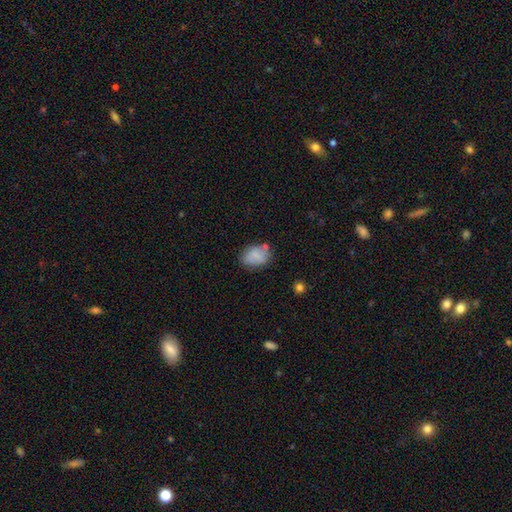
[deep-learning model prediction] A smooth galaxy with no disk features (78%) that is in between round and cigar-shaped (75%).

Vote fractions:
- Smooth or featured? smooth: 78% / featured or disk: 14% / star or artifact: 9%
- How rounded? in between: 75% / round: 23% / cigar-shaped: 1%
- Merging? none: 66% / minor disturbance: 21% / merger: 7% / major disturbance: 6%